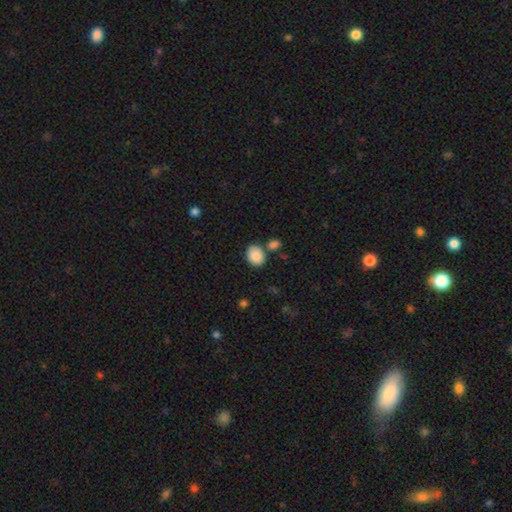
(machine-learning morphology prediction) Smooth or featured?
  - smooth: 89% *
  - star or artifact: 7%
  - featured or disk: 4%
How rounded?
  - in between: 57% *
  - round: 43%
  - cigar-shaped: 1%
Merging?
  - none: 68% *
  - merger: 15%
  - minor disturbance: 13%
  - major disturbance: 4%